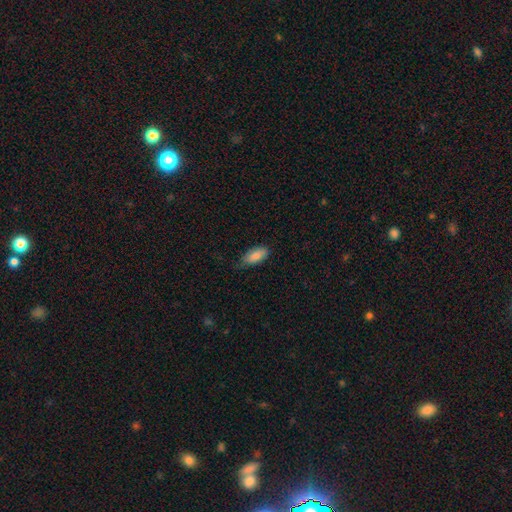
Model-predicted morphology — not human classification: A smooth galaxy with no disk features (86%) that is in between round and cigar-shaped (88%).

Vote fractions:
- Smooth or featured? smooth: 86% / featured or disk: 8% / star or artifact: 6%
- How rounded? in between: 88% / cigar-shaped: 10% / round: 2%
- Merging? none: 70% / minor disturbance: 25% / major disturbance: 4% / merger: 1%